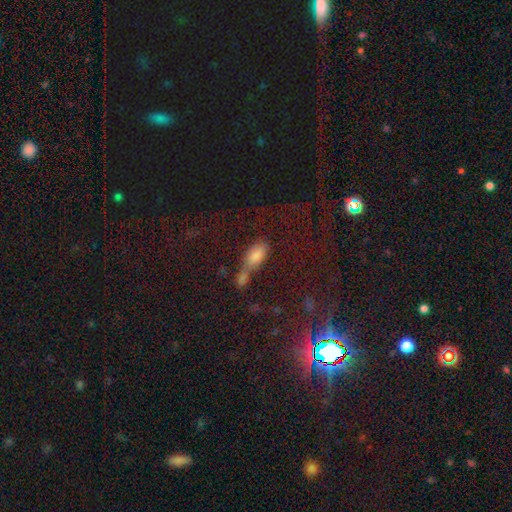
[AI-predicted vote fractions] The model was most divided on "merging": merger: 43%, none: 29%, minor disturbance: 16%, major disturbance: 12%. More confident: how rounded — in between (79%); smooth or featured — smooth (68%).